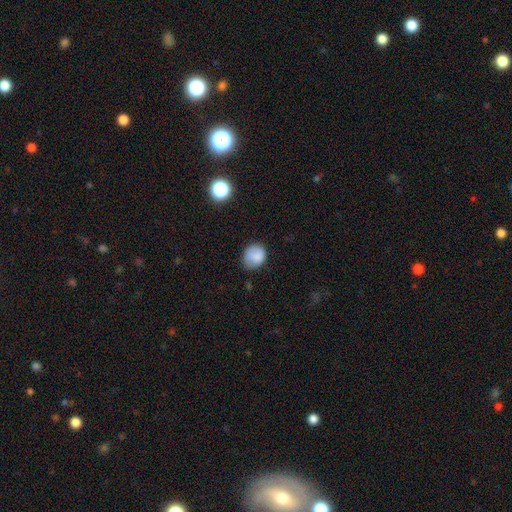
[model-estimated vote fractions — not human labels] A smooth galaxy with no disk features (82%) that is round (66%). Merging: none (63%).